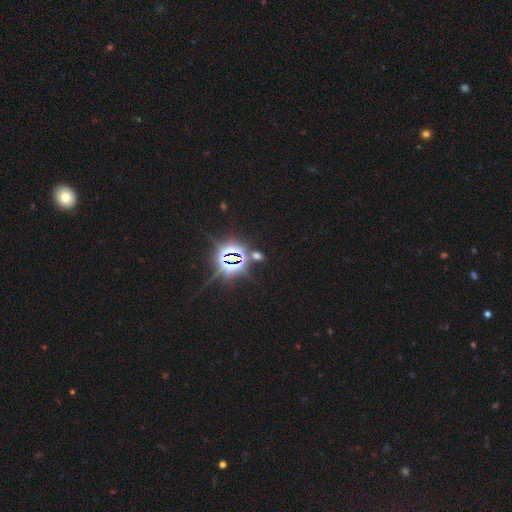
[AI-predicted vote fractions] This appears to be a star or artifact, not a galaxy (79%).